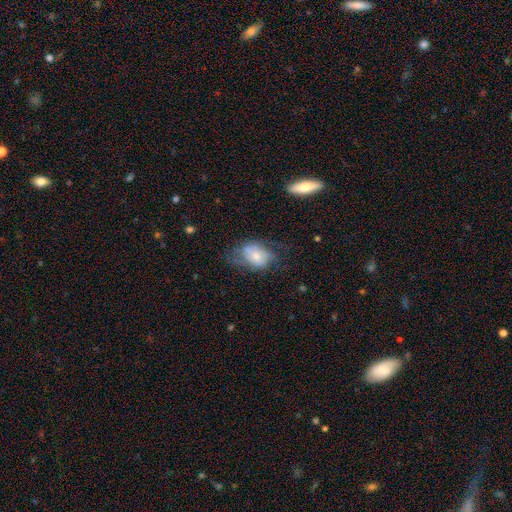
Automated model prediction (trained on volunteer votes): smooth_or_featured: smooth (p=0.54) [alt: featured or disk p=0.37]
how_rounded: in between (p=0.76) [alt: round p=0.23]
merging: none (p=0.41) [alt: minor disturbance p=0.28]